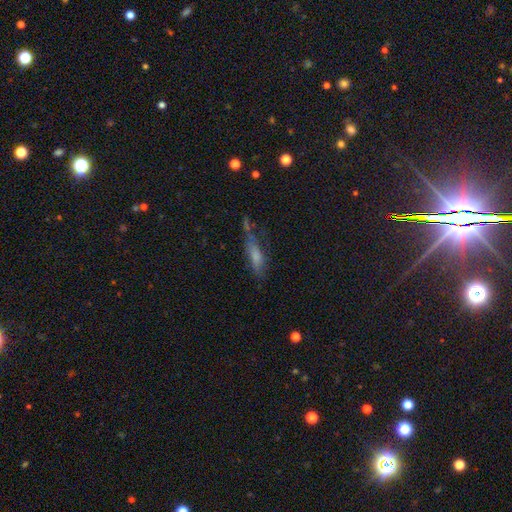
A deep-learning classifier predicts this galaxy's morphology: smooth_or_featured: smooth (p=0.64) [alt: featured or disk p=0.24]
how_rounded: cigar-shaped (p=0.58) [alt: in between p=0.39]
merging: none (p=0.40) [alt: minor disturbance p=0.27]